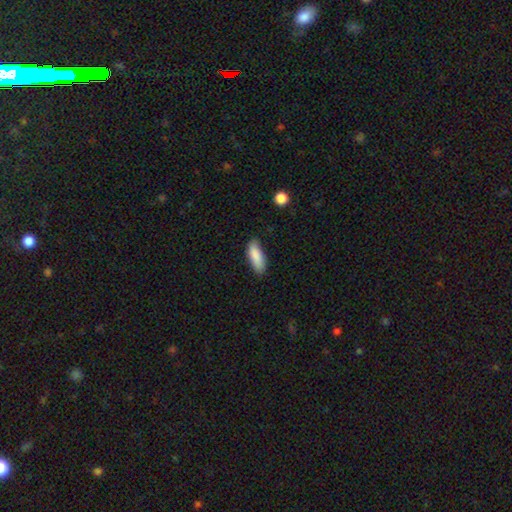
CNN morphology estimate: A smooth galaxy with no disk features (88%) that is in between round and cigar-shaped (68%).

Vote fractions:
- Smooth or featured? smooth: 88% / star or artifact: 6% / featured or disk: 6%
- How rounded? in between: 68% / cigar-shaped: 30% / round: 2%
- Merging? none: 77% / minor disturbance: 18% / major disturbance: 3% / merger: 2%